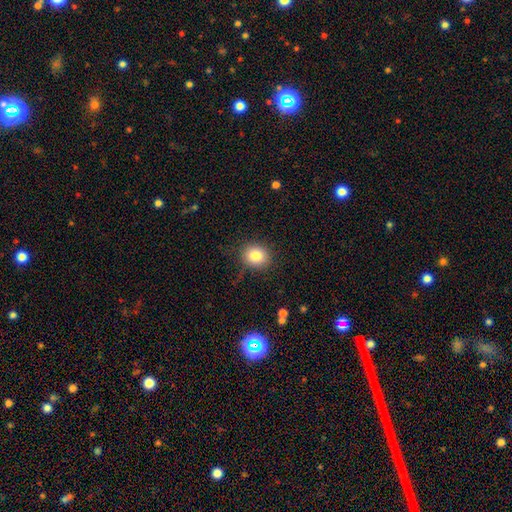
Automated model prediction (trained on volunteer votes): Q: Smooth or featured?
A: smooth (82%); runner-up: star or artifact (11%)
Q: How rounded?
A: round (75%); runner-up: in between (24%)
Q: Merging?
A: none (84%); runner-up: minor disturbance (11%)